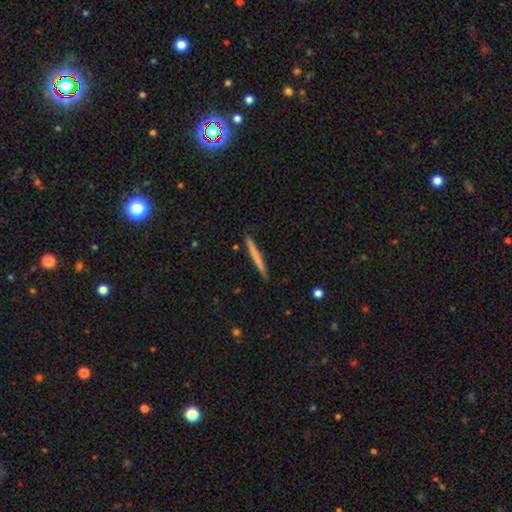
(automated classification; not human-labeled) This appears to be a smooth galaxy with no disk features (64%) that is cigar-shaped (97%). Merging: none (90%).